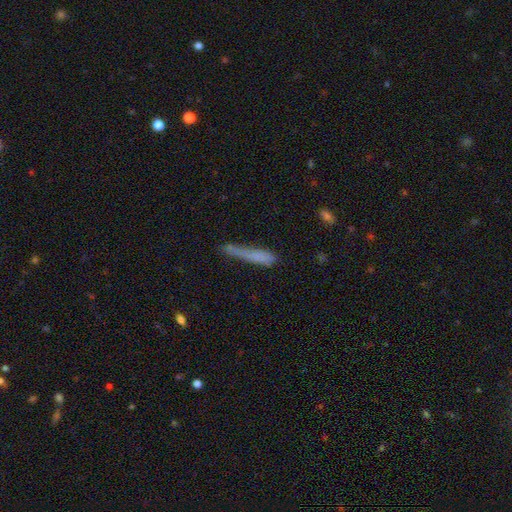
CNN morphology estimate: A smooth galaxy with no disk features (68%) that is cigar-shaped (91%).

Vote fractions:
- Smooth or featured? smooth: 68% / featured or disk: 22% / star or artifact: 10%
- How rounded? cigar-shaped: 91% / in between: 7% / round: 2%
- Merging? none: 49% / minor disturbance: 28% / major disturbance: 16% / merger: 8%